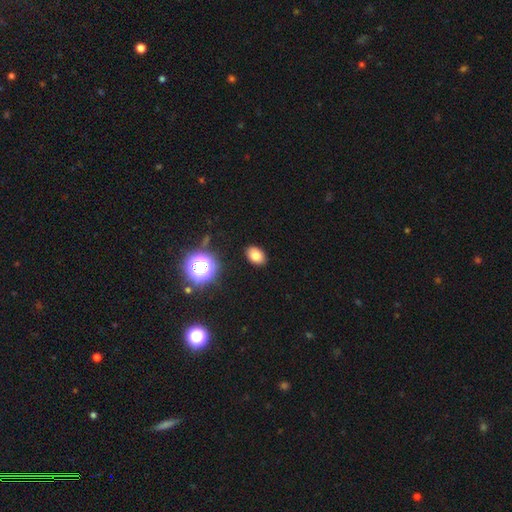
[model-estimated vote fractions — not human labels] This appears to be a smooth galaxy with no disk features (79%) that is in between round and cigar-shaped (81%). Merging: none (89%).